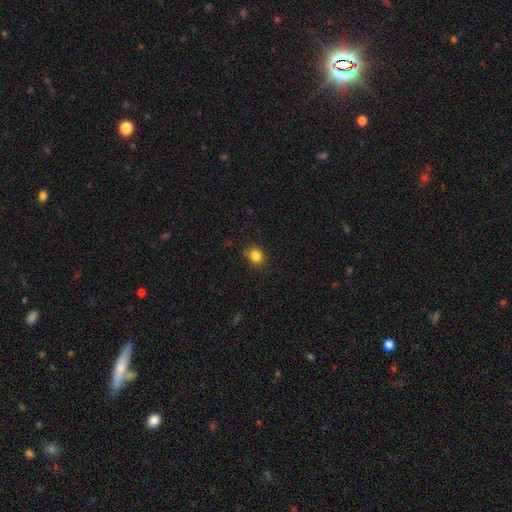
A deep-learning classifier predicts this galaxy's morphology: Overall: smooth (84%). How rounded: round (69%; in between 30%). Merging: none (83%).